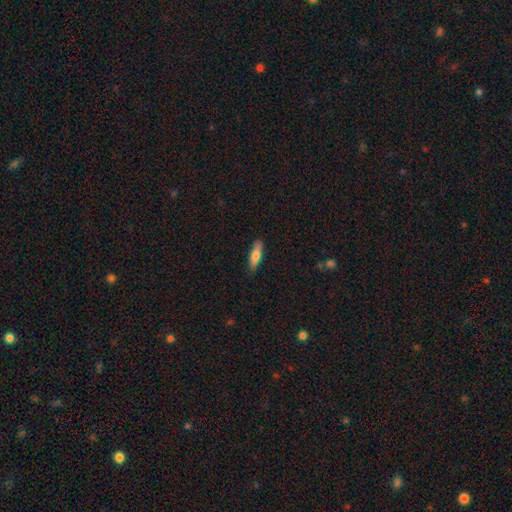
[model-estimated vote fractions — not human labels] Morphology: type=smooth (73%); roundness=cigar-shaped (57%); merging=none (84%).